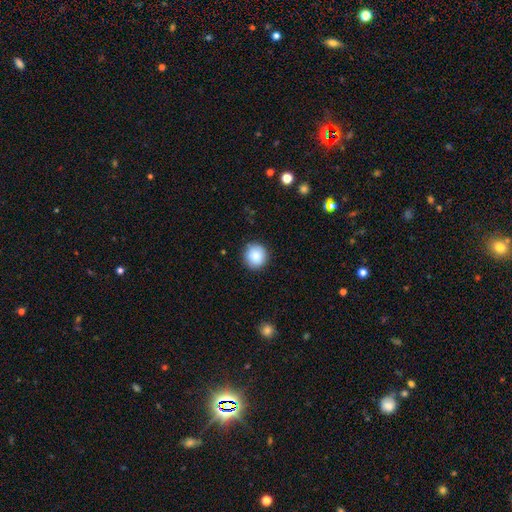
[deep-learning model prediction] Morphology: type=smooth (87%); roundness=round (92%); merging=none (88%).